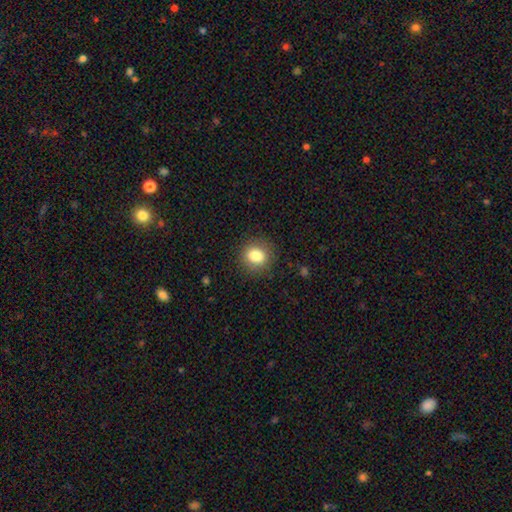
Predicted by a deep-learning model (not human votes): This is clearly a smooth galaxy (83%). How rounded: likely round (78%). Merging: clearly none (88%).